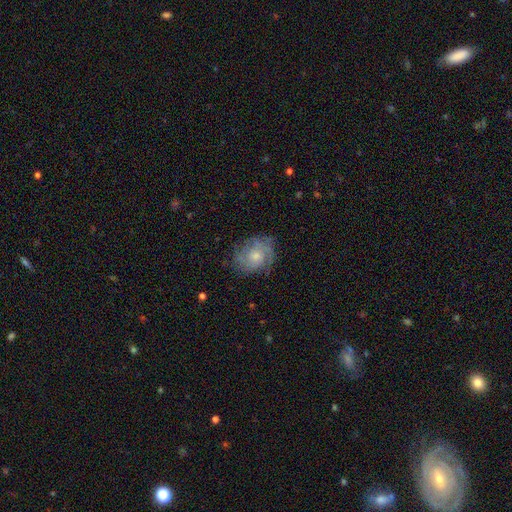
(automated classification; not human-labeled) Smooth or featured? featured or disk (67%)
Edge-on disk? no (97%)
Bar? no (81%)
Spiral arms? yes (88%)
Spiral winding? tight (56%)
Spiral arm count? can't tell (37%)
Bulge size? small (53%)
Merging? none (72%)